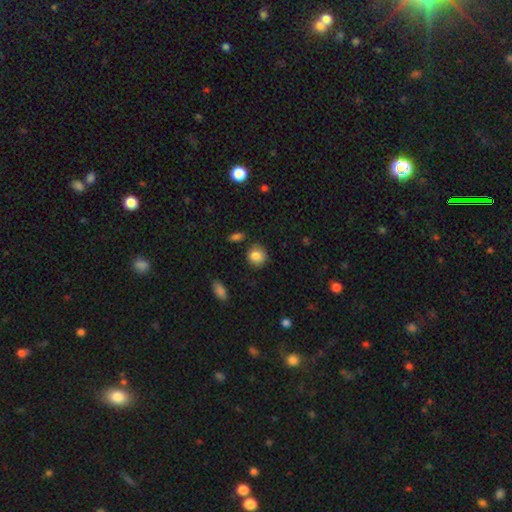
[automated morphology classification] type=smooth (85%); roundness=round (82%); merging=none (82%).